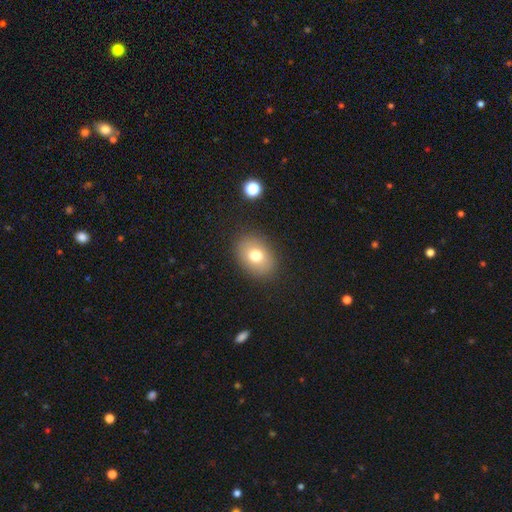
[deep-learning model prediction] Smooth or featured: smooth — 74% (featured or disk — 15%)
How rounded: in between — 68% (round — 31%)
Merging: none — 87% (minor disturbance — 9%)